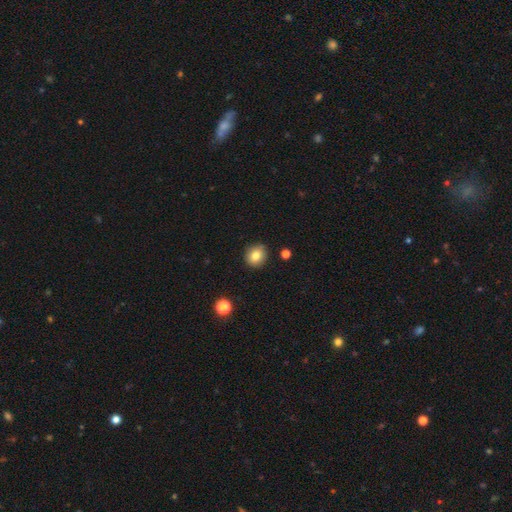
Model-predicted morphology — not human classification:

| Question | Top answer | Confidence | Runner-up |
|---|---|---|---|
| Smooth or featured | smooth | 81% | star or artifact (10%) |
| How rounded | round | 86% | in between (13%) |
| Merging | none | 88% | minor disturbance (8%) |